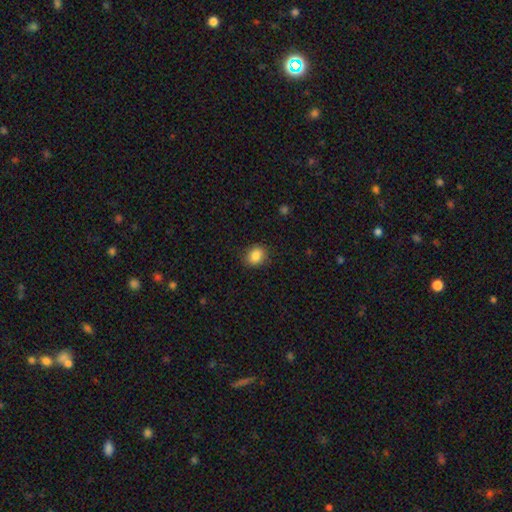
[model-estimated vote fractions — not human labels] Morphology: type=smooth (86%); roundness=round (60%); merging=none (86%).